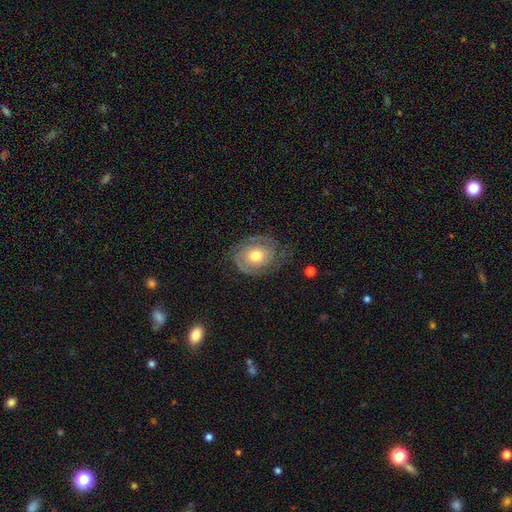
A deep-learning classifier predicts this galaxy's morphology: smooth-or-featured: featured or disk: 74% | smooth: 20% | star or artifact: 6%
  disk-edge-on: no: 97% | yes: 3%
    bar: no: 79% | weak: 17% | strong: 4%
    has-spiral-arms: yes: 89% | no: 11%
      spiral-winding: tight: 60% | medium: 30% | loose: 10%
      spiral-arm-count: 2: 65% | can't tell: 17% | 1: 9% | 3: 5% | 4: 2% | more than 4: 2%
    bulge-size: moderate: 70% | small: 17% | large: 10% | dominant: 1% | none: 1%
  merging: none: 68% | minor disturbance: 19% | major disturbance: 11% | merger: 1%